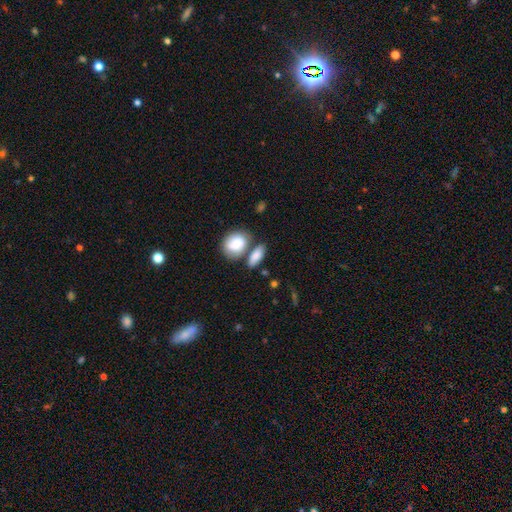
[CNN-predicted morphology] A smooth galaxy with no disk features (84%) that is in between round and cigar-shaped (77%).

Vote fractions:
- Smooth or featured? smooth: 84% / featured or disk: 9% / star or artifact: 7%
- How rounded? in between: 77% / round: 15% / cigar-shaped: 8%
- Merging? none: 47% / merger: 33% / minor disturbance: 15% / major disturbance: 6%